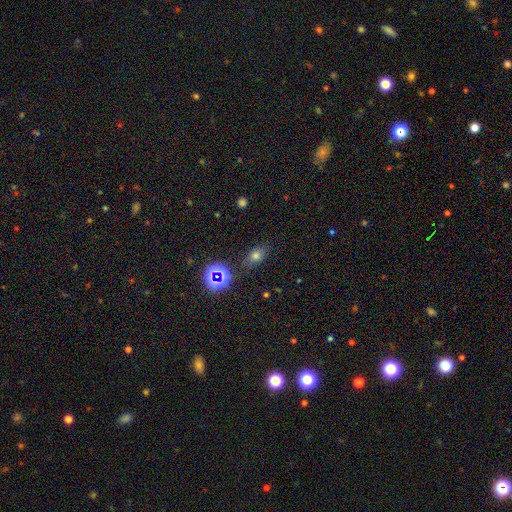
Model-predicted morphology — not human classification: Smooth or featured? Predicted: smooth (p=0.64). How rounded? Predicted: in between (p=0.71). Merging? Predicted: none (p=0.80).